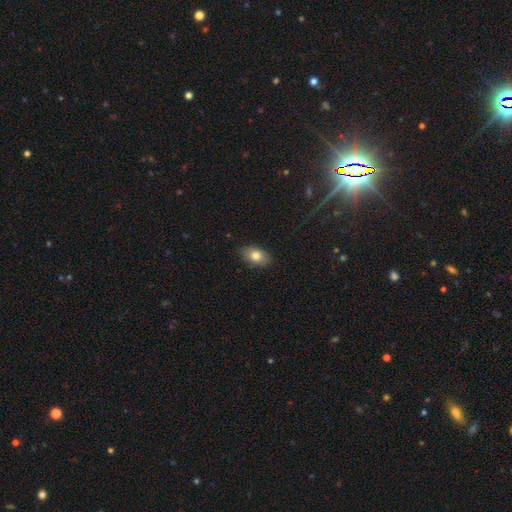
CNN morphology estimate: smooth-or-featured: smooth: 79% | featured or disk: 13% | star or artifact: 8%
  how-rounded: in between: 87% | round: 11% | cigar-shaped: 2%
  merging: none: 87% | minor disturbance: 10% | major disturbance: 2% | merger: 1%